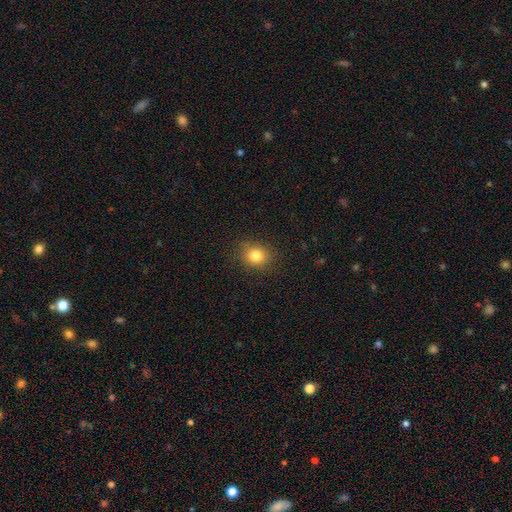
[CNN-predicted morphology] This is clearly a smooth galaxy (82%). How rounded: likely round (69%). Merging: clearly none (86%).